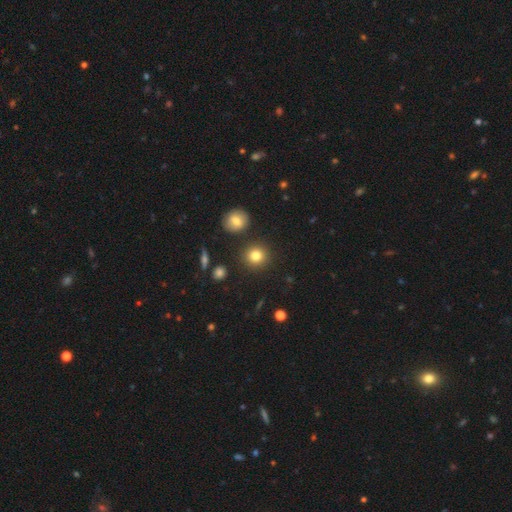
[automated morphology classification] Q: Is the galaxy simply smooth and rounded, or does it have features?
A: smooth — 82%.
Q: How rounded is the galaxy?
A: round — 90%.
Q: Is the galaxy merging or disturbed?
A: none — 88%.